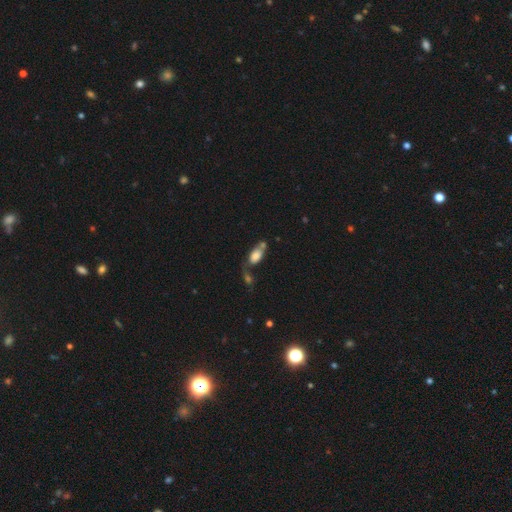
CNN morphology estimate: This is likely a smooth galaxy (75%). How rounded: clearly in between (87%). Merging: marginally merger (41%).